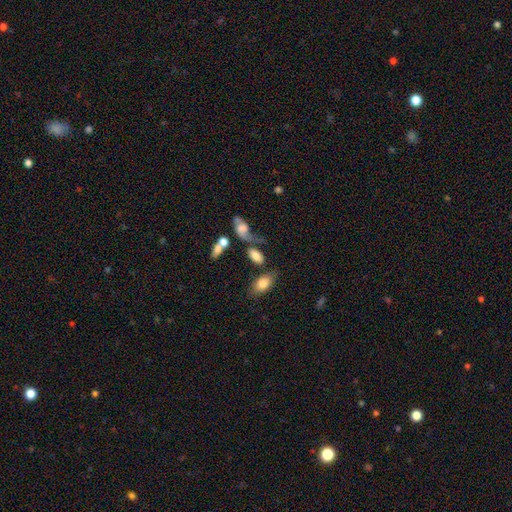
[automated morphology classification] Smooth or featured? smooth (70%)
How rounded? in between (88%)
Merging? none (38%)